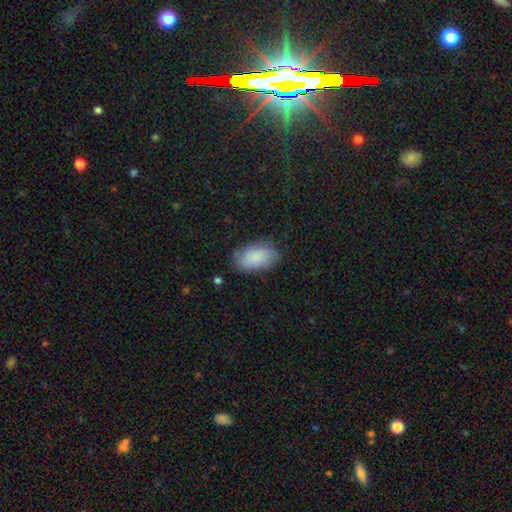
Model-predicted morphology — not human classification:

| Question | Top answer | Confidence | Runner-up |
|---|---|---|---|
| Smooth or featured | smooth | 83% | featured or disk (10%) |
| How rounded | in between | 93% | round (5%) |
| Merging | none | 73% | minor disturbance (21%) |